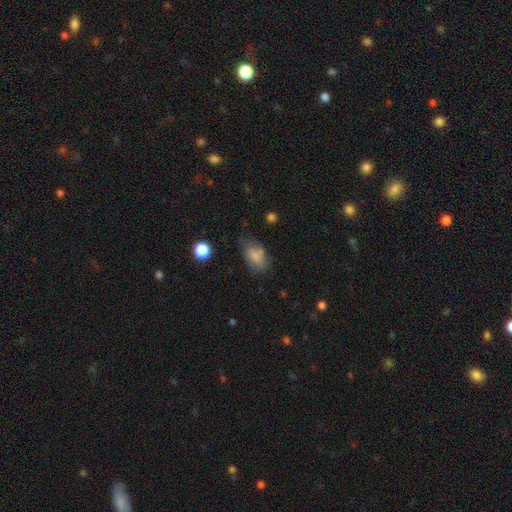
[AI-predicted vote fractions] A smooth galaxy with no disk features (80%) that is in between round and cigar-shaped (88%). Merging: none (62%).